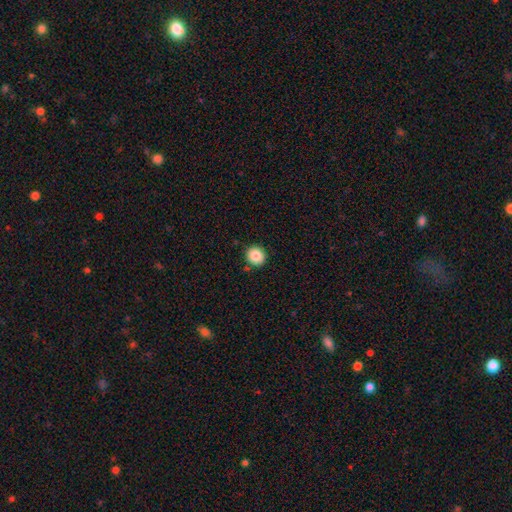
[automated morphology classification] smooth 86%, star or artifact 9%, featured or disk 5%. Down the decision tree: how rounded — round (90%); merging — none (88%).